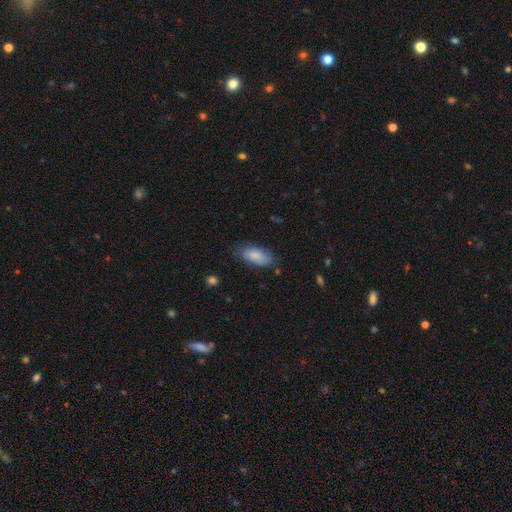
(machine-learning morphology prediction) type=smooth (85%); roundness=in between (88%); merging=none (72%).